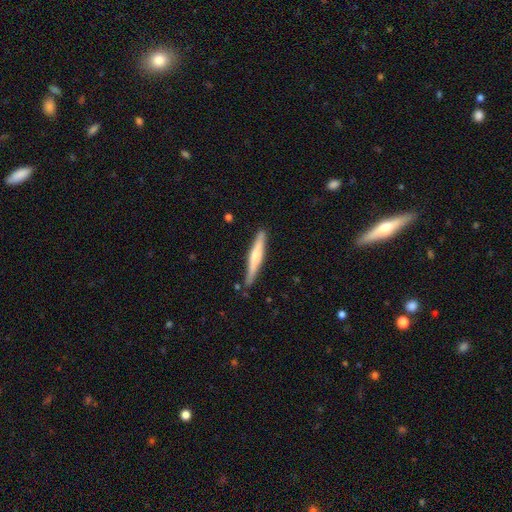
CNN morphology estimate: This appears to be a featured or disk galaxy (49%). Merging: none (83%).